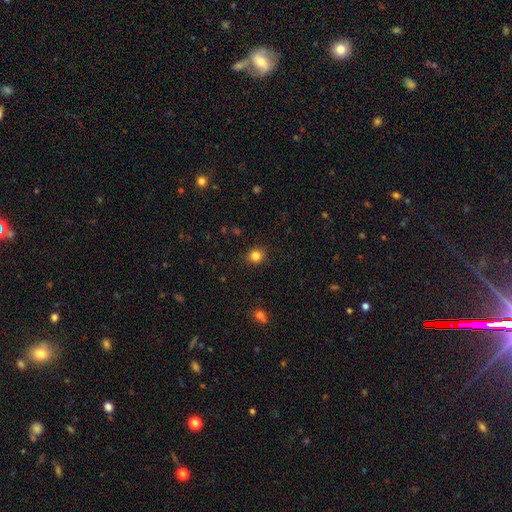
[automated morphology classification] This is clearly a smooth galaxy (84%). How rounded: clearly round (81%). Merging: clearly none (89%).